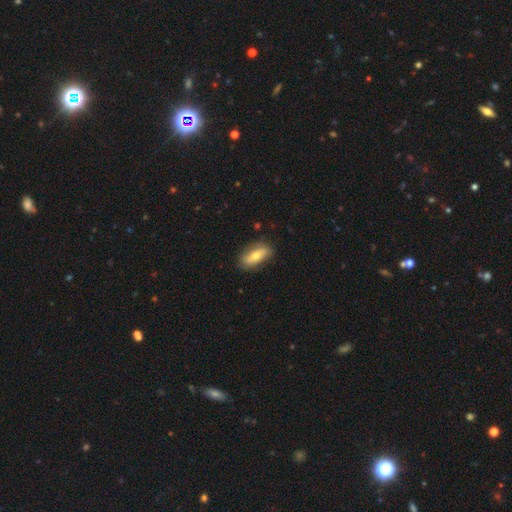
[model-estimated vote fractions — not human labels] A smooth galaxy with no disk features (63%) that is in between round and cigar-shaped (80%). Merging: none (82%).